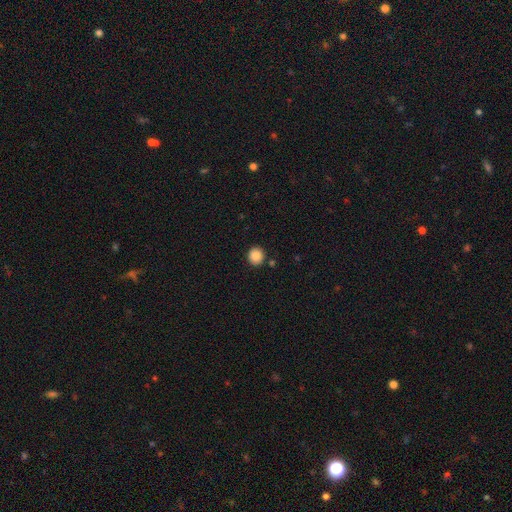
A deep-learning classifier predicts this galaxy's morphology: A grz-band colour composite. It shows a smooth galaxy with no disk features (88%) that is round (92%). Merging: none (88%).